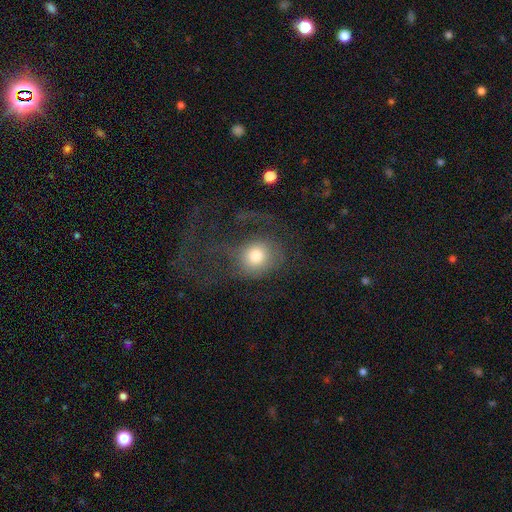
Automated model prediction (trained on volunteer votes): This is likely a smooth galaxy (68%). How rounded: likely round (76%). Merging: possibly major disturbance (49%).